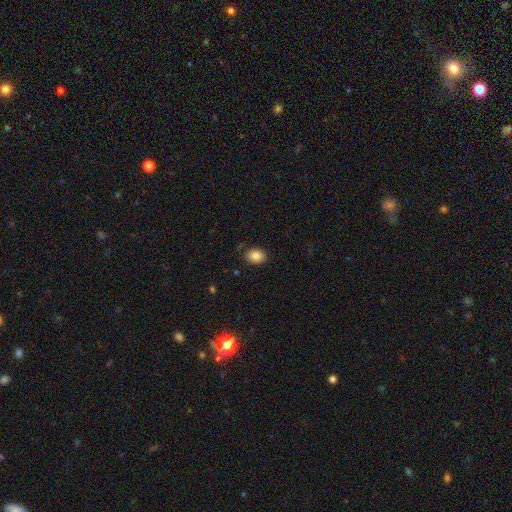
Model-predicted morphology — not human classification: Smooth or featured? Predicted: smooth (p=0.85). How rounded? Predicted: in between (p=0.62). Merging? Predicted: none (p=0.85).